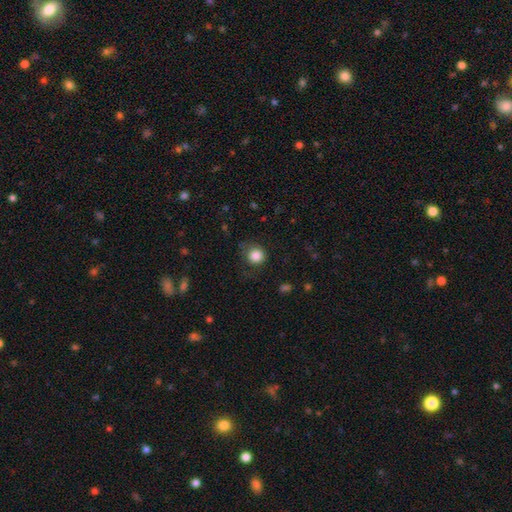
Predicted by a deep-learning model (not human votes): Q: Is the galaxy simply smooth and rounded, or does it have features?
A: smooth — 85%.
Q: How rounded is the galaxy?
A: round — 86%.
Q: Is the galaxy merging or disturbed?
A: none — 70%.